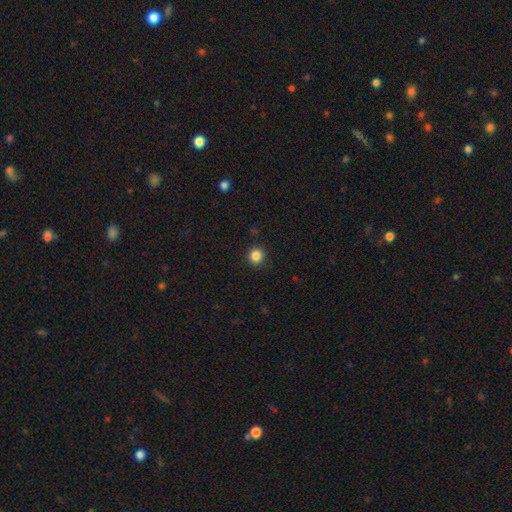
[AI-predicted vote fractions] Smooth or featured? Predicted: smooth (p=0.85). How rounded? Predicted: round (p=0.92). Merging? Predicted: none (p=0.91).